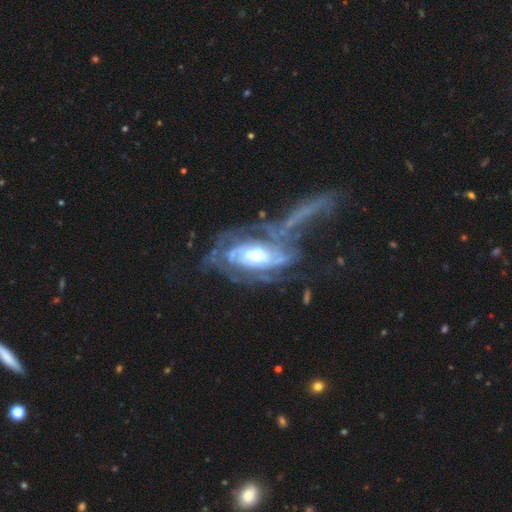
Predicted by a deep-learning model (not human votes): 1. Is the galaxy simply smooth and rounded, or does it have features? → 86% featured or disk, 8% smooth, 6% star or artifact.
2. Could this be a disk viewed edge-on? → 95% no, 5% yes.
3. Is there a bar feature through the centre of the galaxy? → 51% no, 32% weak, 17% strong.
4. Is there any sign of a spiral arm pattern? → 93% yes, 7% no.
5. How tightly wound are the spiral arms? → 54% tight, 33% medium, 13% loose.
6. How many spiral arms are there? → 34% can't tell, 26% 2, 16% 3, 10% 4, 7% 1, 7% more than 4.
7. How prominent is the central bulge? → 50% moderate, 26% large, 18% small, 3% dominant, 3% none.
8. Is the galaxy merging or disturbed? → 37% major disturbance, 34% none, 18% minor disturbance, 11% merger.